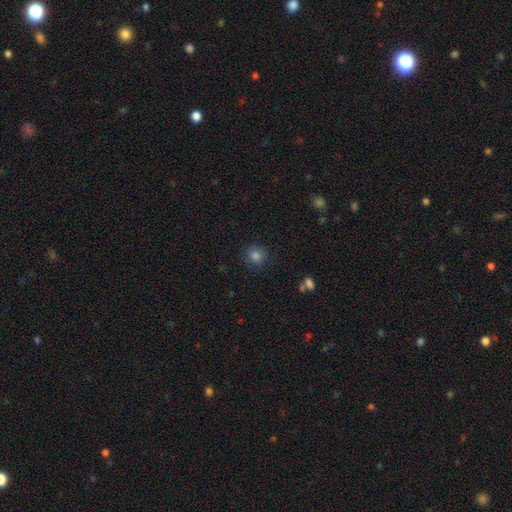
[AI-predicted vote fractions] Smooth or featured: smooth — 83% (star or artifact — 13%)
How rounded: round — 90% (in between — 9%)
Merging: none — 87% (minor disturbance — 8%)